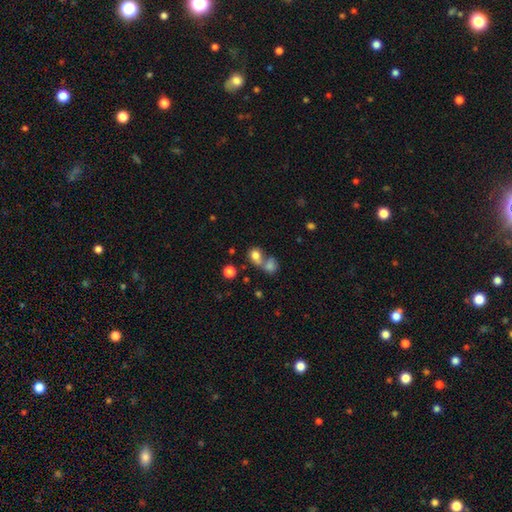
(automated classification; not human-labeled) Smooth or featured? smooth (76%)
How rounded? round (59%)
Merging? merger (56%)